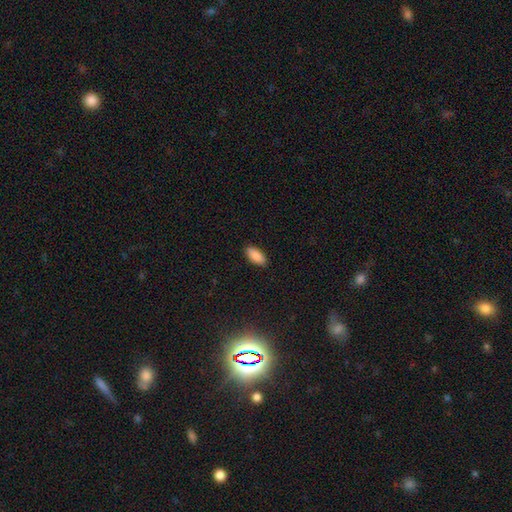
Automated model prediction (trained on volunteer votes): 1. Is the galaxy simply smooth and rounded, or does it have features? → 89% smooth, 7% star or artifact, 4% featured or disk.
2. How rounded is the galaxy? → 88% in between, 10% cigar-shaped, 2% round.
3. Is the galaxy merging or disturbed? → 89% none, 8% minor disturbance, 2% major disturbance, 1% merger.